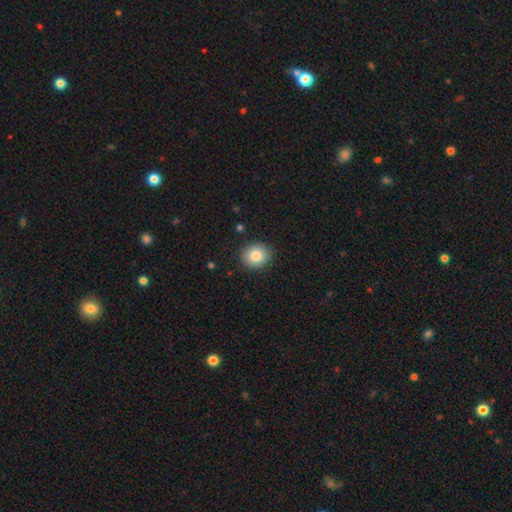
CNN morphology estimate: The model was most divided on "how rounded": round: 71%, in between: 28%, cigar-shaped: 1%. More confident: merging — none (88%); smooth or featured — smooth (84%).